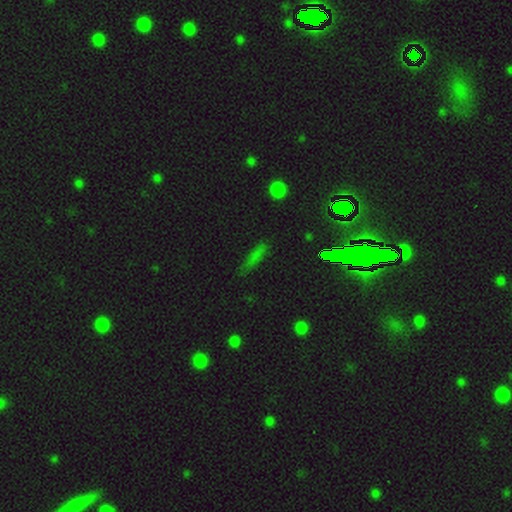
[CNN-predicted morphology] smooth 56%, star or artifact 32%, featured or disk 13%. Down the decision tree: how rounded — cigar-shaped (68%); merging — none (73%).